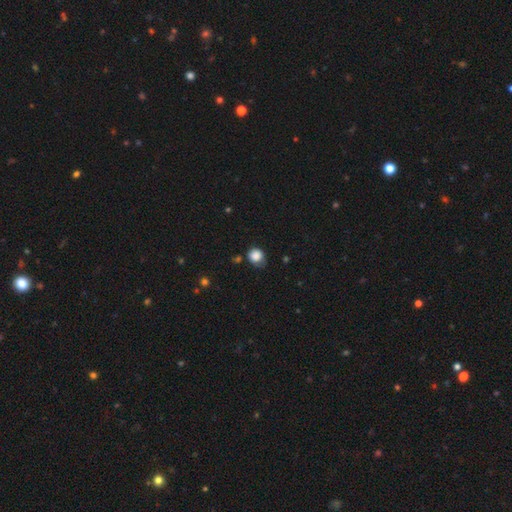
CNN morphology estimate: Smooth or featured? Predicted: smooth (p=0.85). How rounded? Predicted: round (p=0.76). Merging? Predicted: none (p=0.54).